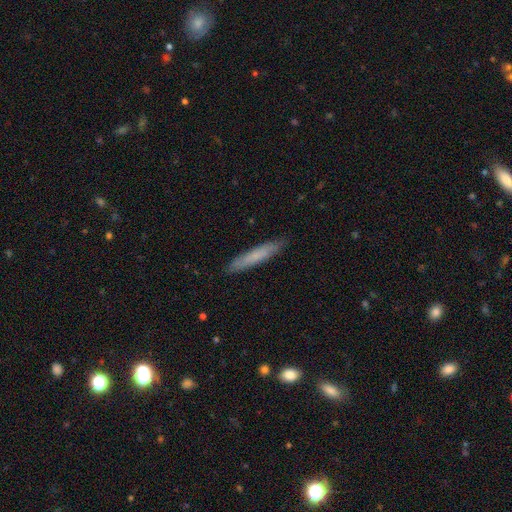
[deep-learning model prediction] Q: Smooth or featured?
A: smooth (68%); runner-up: featured or disk (26%)
Q: How rounded?
A: cigar-shaped (93%); runner-up: in between (6%)
Q: Merging?
A: none (89%); runner-up: minor disturbance (9%)